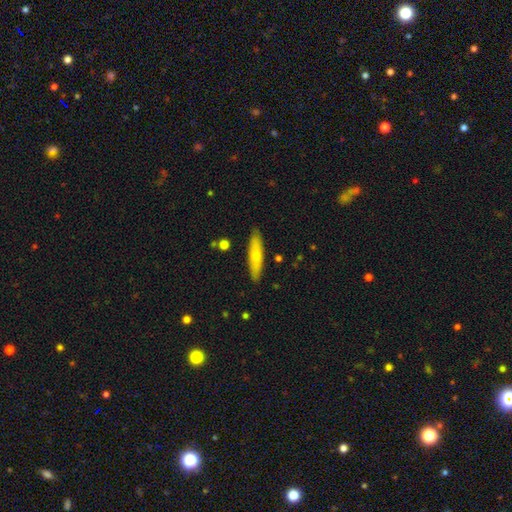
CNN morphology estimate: Q: Smooth or featured?
A: smooth (63%); runner-up: featured or disk (31%)
Q: How rounded?
A: cigar-shaped (79%); runner-up: in between (19%)
Q: Merging?
A: none (88%); runner-up: minor disturbance (9%)